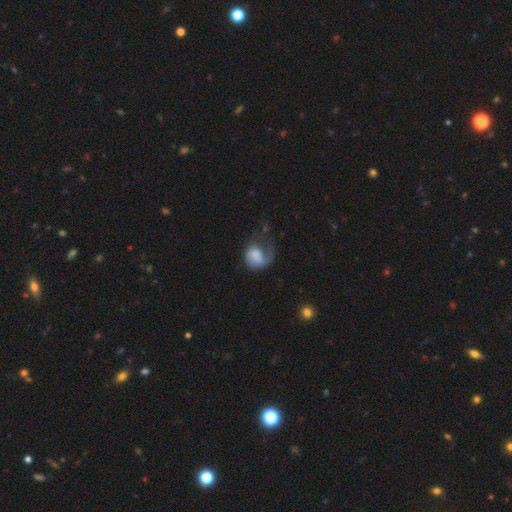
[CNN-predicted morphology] smooth 52%, featured or disk 40%, star or artifact 8%. Down the decision tree: how rounded — round (54%); merging — major disturbance (47%).